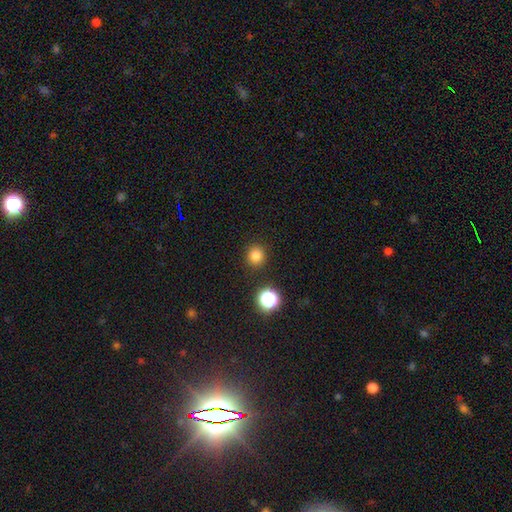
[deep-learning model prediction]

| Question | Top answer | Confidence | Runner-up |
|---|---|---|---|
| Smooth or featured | smooth | 81% | star or artifact (15%) |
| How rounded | round | 91% | in between (8%) |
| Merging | none | 90% | minor disturbance (6%) |